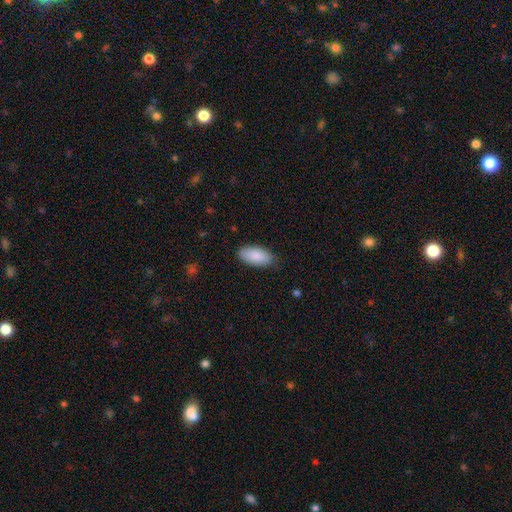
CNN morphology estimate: The model was most divided on "merging": none: 84%, minor disturbance: 13%, major disturbance: 2%, merger: 1%. More confident: how rounded — in between (93%); smooth or featured — smooth (88%).